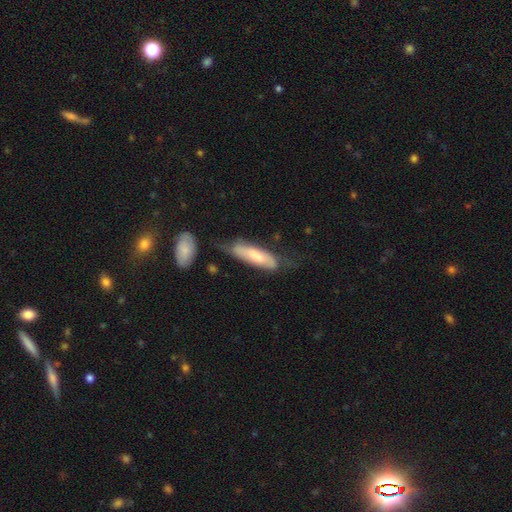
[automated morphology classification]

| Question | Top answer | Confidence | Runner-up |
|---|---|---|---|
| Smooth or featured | smooth | 62% | featured or disk (32%) |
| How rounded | cigar-shaped | 62% | in between (36%) |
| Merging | none | 42% | minor disturbance (31%) |